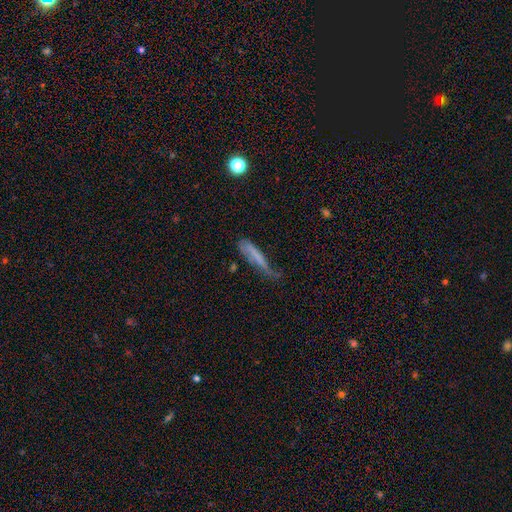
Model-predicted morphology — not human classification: The model was most divided on "merging": none: 36%, minor disturbance: 32%, major disturbance: 26%, merger: 6%. More confident: how rounded — cigar-shaped (86%); smooth or featured — smooth (59%).